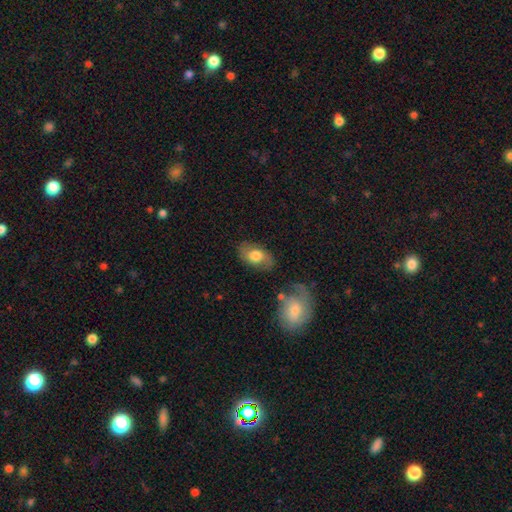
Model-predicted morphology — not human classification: A smooth galaxy with no disk features (61%) that is in between round and cigar-shaped (88%). Merging: none (75%).